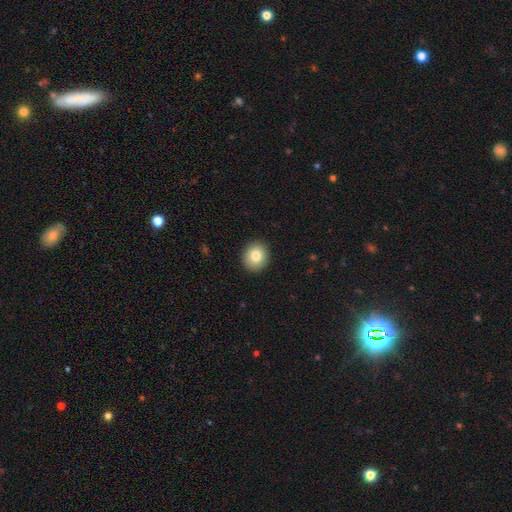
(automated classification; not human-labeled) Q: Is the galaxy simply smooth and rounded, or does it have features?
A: smooth — 81%.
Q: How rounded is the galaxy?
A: round — 82%.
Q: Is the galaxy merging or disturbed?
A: none — 92%.